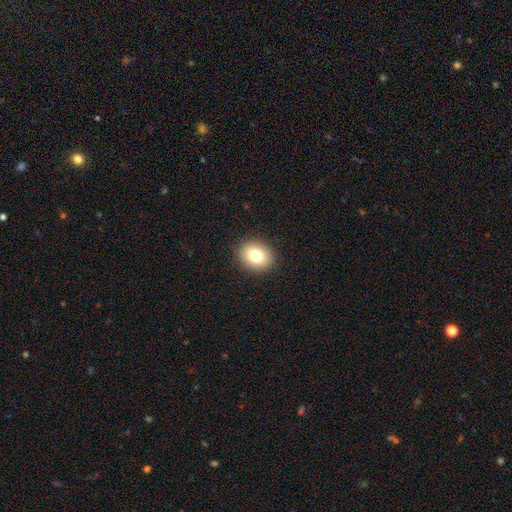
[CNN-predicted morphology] smooth-or-featured: smooth: 83% | star or artifact: 9% | featured or disk: 8%
  how-rounded: in between: 52% | round: 47% | cigar-shaped: 1%
  merging: none: 90% | minor disturbance: 7% | major disturbance: 2% | merger: 1%